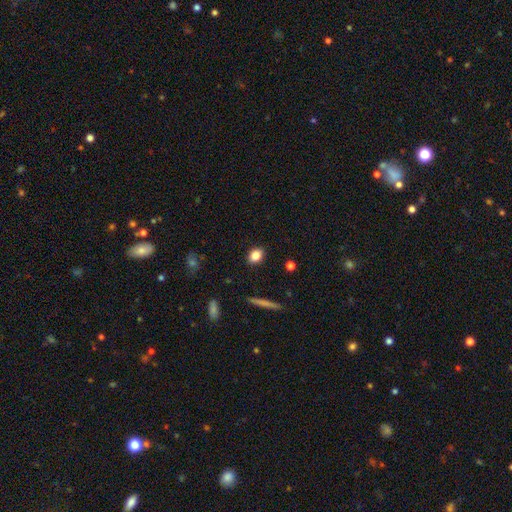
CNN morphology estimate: Smooth or featured?
  - smooth: 82% *
  - star or artifact: 10%
  - featured or disk: 8%
How rounded?
  - in between: 65% *
  - round: 32%
  - cigar-shaped: 3%
Merging?
  - none: 88% *
  - minor disturbance: 8%
  - major disturbance: 2%
  - merger: 1%